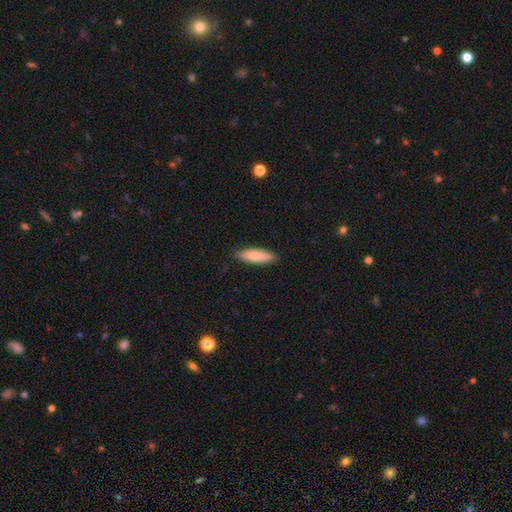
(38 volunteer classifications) Volunteers were most divided on "how rounded": in between: 73%, cigar-shaped: 23%, round: 3%. More confident: merging — none (92%); smooth or featured — smooth (79%).